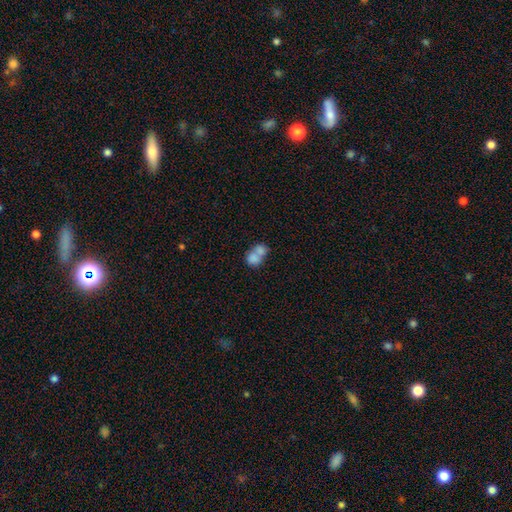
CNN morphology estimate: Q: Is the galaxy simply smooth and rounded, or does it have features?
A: smooth — 75%.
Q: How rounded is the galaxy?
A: in between — 52%.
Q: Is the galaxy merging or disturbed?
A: merger — 71%.